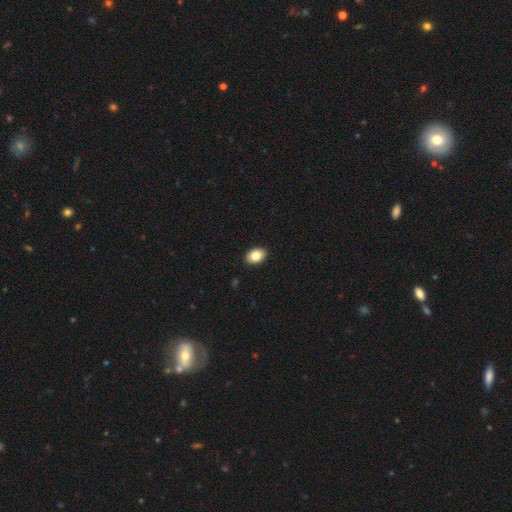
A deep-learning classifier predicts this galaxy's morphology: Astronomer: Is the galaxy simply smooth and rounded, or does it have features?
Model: smooth — 84%.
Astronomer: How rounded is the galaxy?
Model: in between — 84%.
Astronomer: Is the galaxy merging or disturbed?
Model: none — 91%.